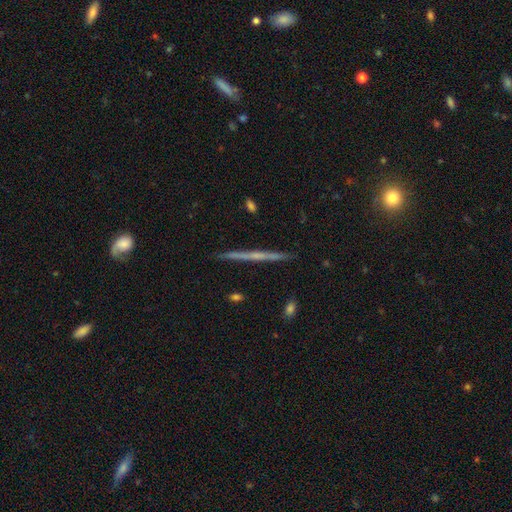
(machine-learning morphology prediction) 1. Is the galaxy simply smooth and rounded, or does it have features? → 68% featured or disk, 25% smooth, 6% star or artifact.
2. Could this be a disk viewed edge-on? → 98% yes, 2% no.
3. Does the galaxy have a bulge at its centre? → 67% none, 26% rounded, 6% boxy.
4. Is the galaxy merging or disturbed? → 92% none, 6% minor disturbance, 1% major disturbance, 1% merger.